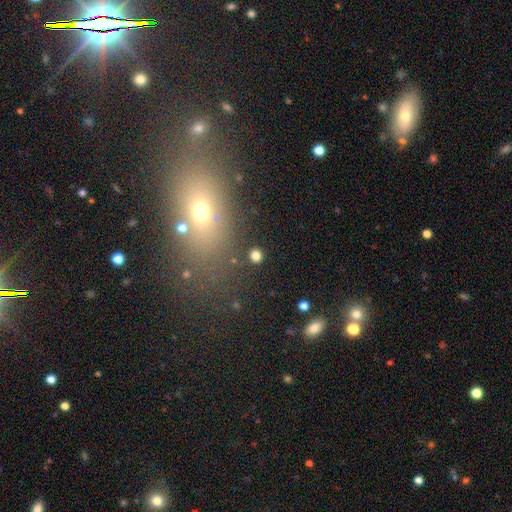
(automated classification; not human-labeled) Overall: smooth (79%). How rounded: round (86%). Merging: none (89%).